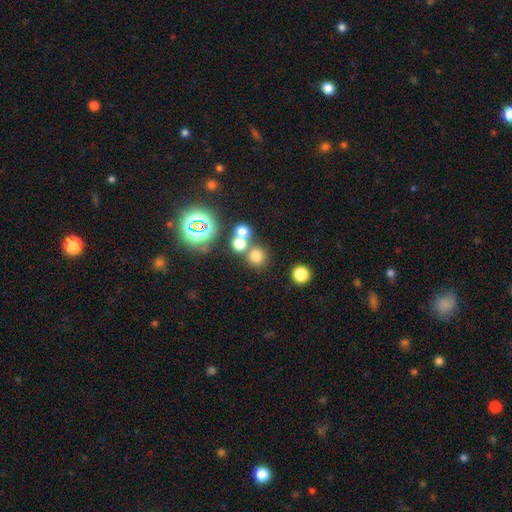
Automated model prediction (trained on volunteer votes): smooth-or-featured: smooth: 70% | star or artifact: 22% | featured or disk: 8%
  how-rounded: round: 89% | in between: 10% | cigar-shaped: 1%
  merging: none: 63% | merger: 27% | minor disturbance: 7% | major disturbance: 4%